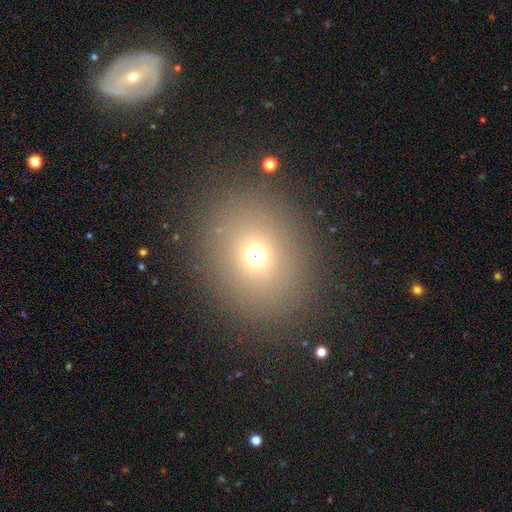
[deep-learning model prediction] This is likely a smooth galaxy (68%). How rounded: likely round (66%). Merging: clearly none (84%).